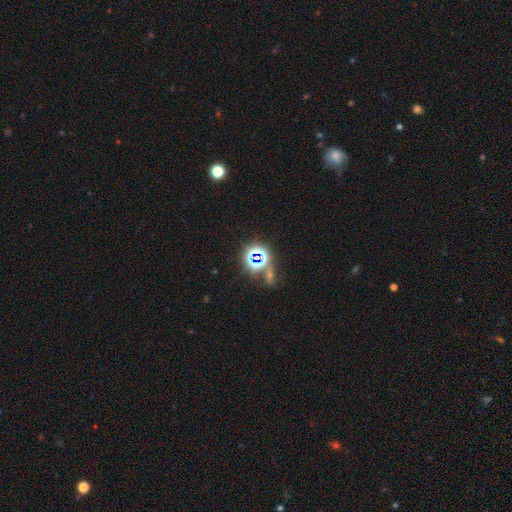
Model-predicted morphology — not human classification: Smooth or featured? star or artifact (74%)